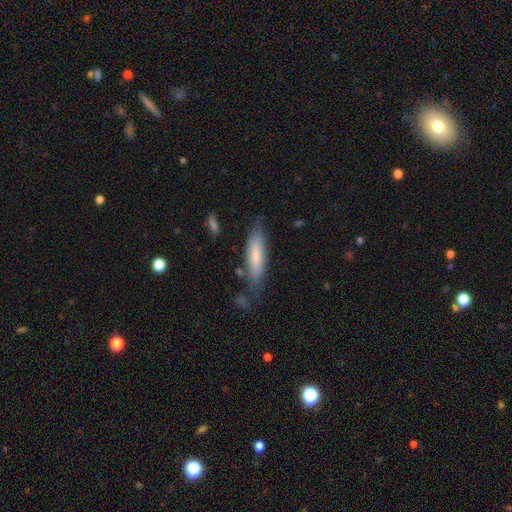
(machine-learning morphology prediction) The model was most divided on "how rounded": cigar-shaped: 63%, in between: 36%, round: 1%. More confident: smooth or featured — smooth (68%); merging — none (65%).